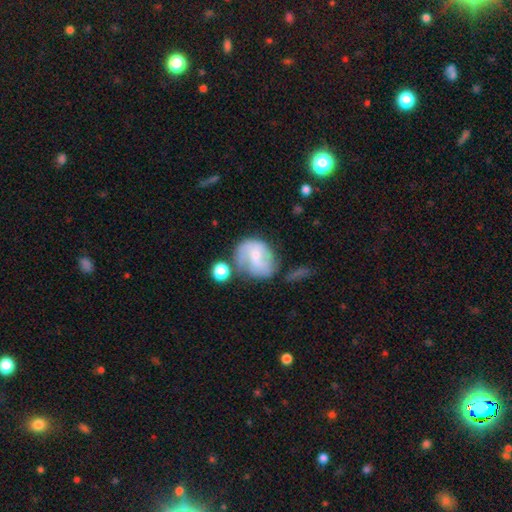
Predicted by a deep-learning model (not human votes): smooth-or-featured: featured or disk: 55% | smooth: 37% | star or artifact: 8%
  disk-edge-on: no: 97% | yes: 3%
    bar: no: 51% | weak: 40% | strong: 9%
    has-spiral-arms: yes: 75% | no: 25%
    bulge-size: small: 52% | moderate: 34% | none: 10% | large: 3% | dominant: 1%
  merging: none: 40% | minor disturbance: 25% | major disturbance: 18% | merger: 16%